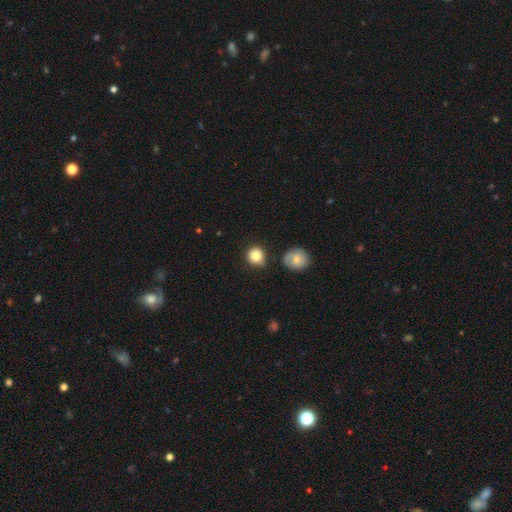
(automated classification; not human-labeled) Morphology: type=smooth (84%); roundness=round (90%); merging=none (72%).